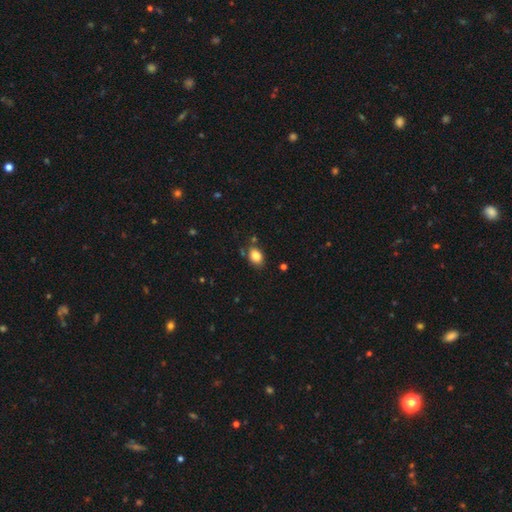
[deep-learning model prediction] This is clearly a smooth galaxy (85%). How rounded: likely in between (73%). Merging: likely none (77%).